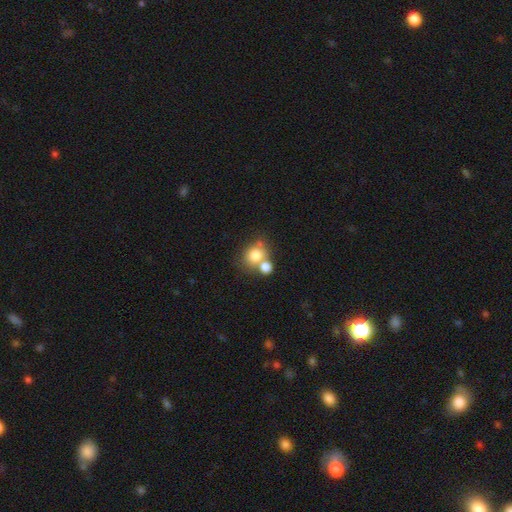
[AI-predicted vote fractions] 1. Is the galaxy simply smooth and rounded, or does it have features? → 77% smooth, 12% featured or disk, 11% star or artifact.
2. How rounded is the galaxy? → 73% round, 26% in between, 1% cigar-shaped.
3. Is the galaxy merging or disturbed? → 44% none, 41% merger, 10% minor disturbance, 5% major disturbance.